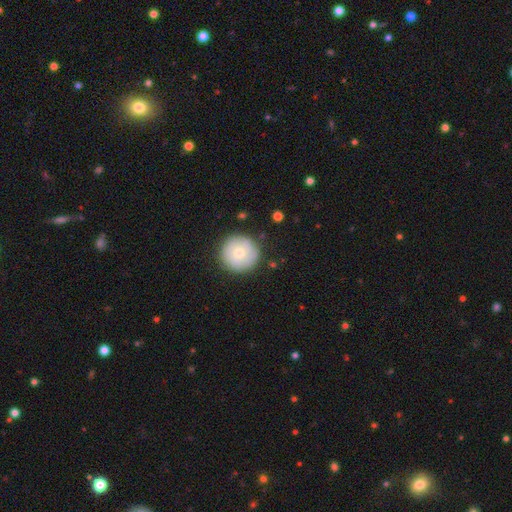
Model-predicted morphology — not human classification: type=smooth (49%); merging=none (86%).